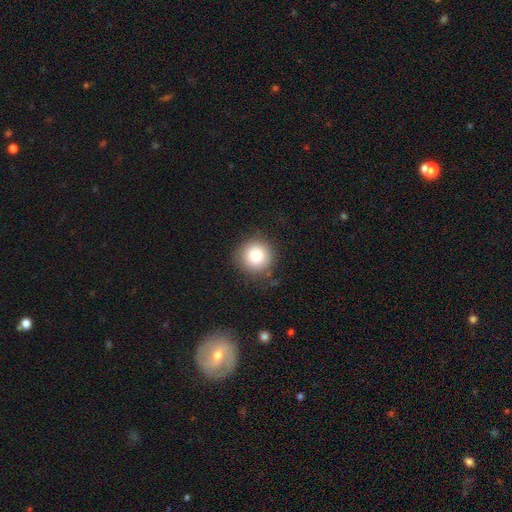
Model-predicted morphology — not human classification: A smooth galaxy with no disk features (80%) that is round (94%). Merging: none (86%).